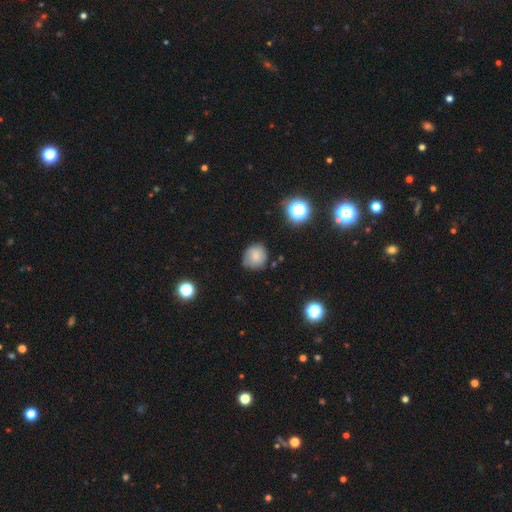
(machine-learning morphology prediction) A smooth galaxy with no disk features (77%) that is round (83%).

Vote fractions:
- Smooth or featured? smooth: 77% / star or artifact: 11% / featured or disk: 11%
- How rounded? round: 83% / in between: 16% / cigar-shaped: 1%
- Merging? none: 71% / minor disturbance: 22% / major disturbance: 4% / merger: 2%